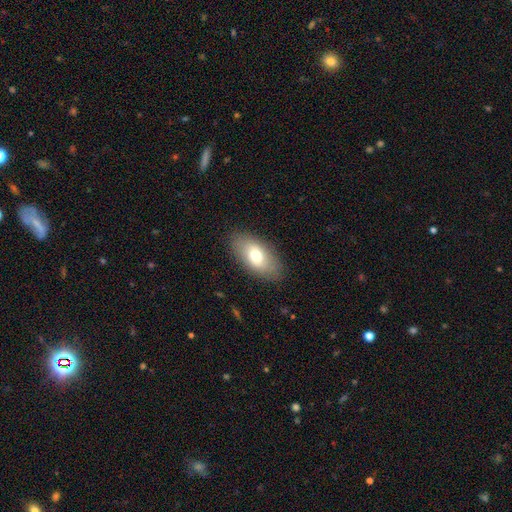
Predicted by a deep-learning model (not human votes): smooth_or_featured: smooth (p=0.71) [alt: featured or disk p=0.22]
how_rounded: in between (p=0.92) [alt: round p=0.05]
merging: none (p=0.85) [alt: minor disturbance p=0.10]